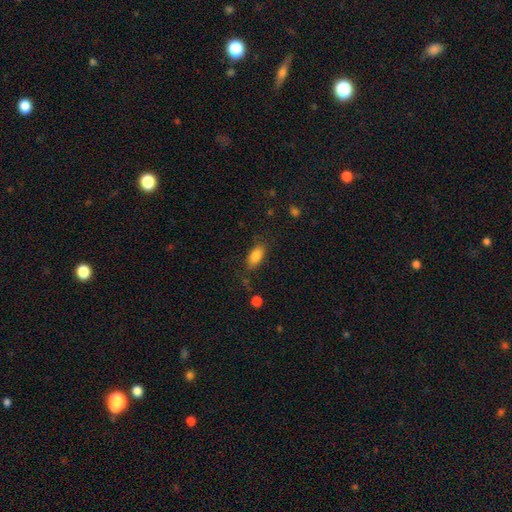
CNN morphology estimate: smooth_or_featured: smooth (p=0.84) [alt: featured or disk p=0.08]
how_rounded: in between (p=0.85) [alt: cigar-shaped p=0.11]
merging: none (p=0.75) [alt: minor disturbance p=0.17]